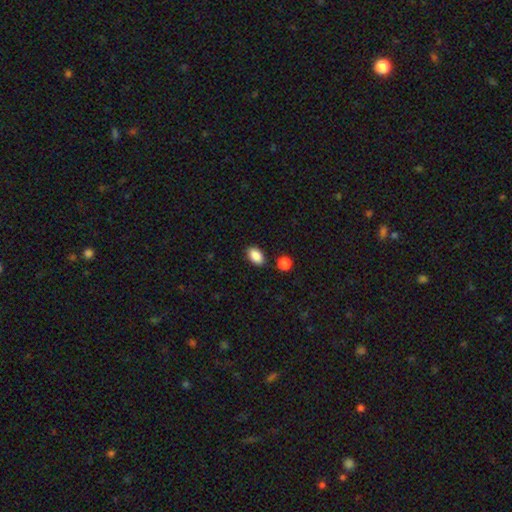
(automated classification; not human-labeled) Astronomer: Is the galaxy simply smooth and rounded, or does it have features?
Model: smooth — 88%.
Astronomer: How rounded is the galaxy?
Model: in between — 91%.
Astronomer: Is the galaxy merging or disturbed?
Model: none — 85%.